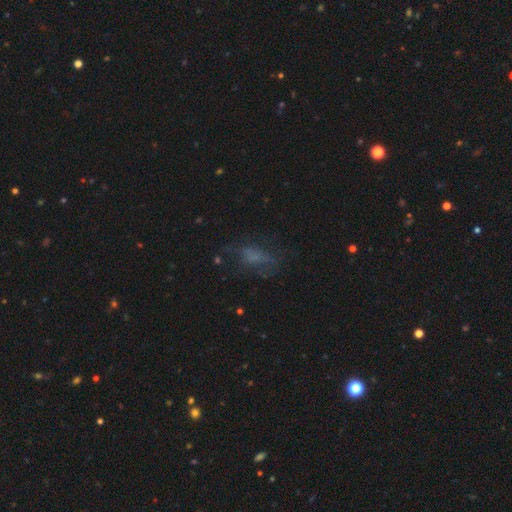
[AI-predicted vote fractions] This appears to be a smooth galaxy with no disk features (41%). Merging: none (59%).